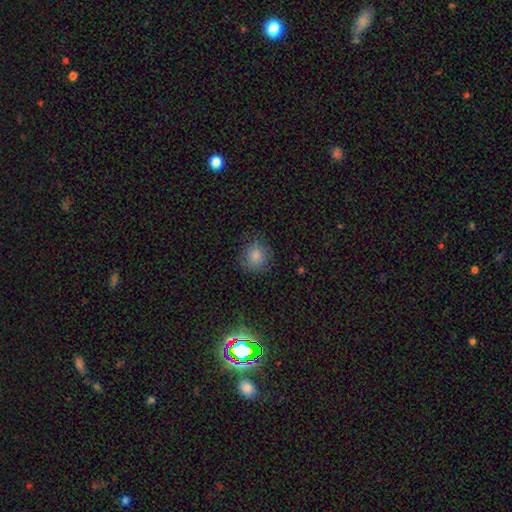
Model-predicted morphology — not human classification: type=smooth (84%); roundness=round (89%); merging=none (82%).